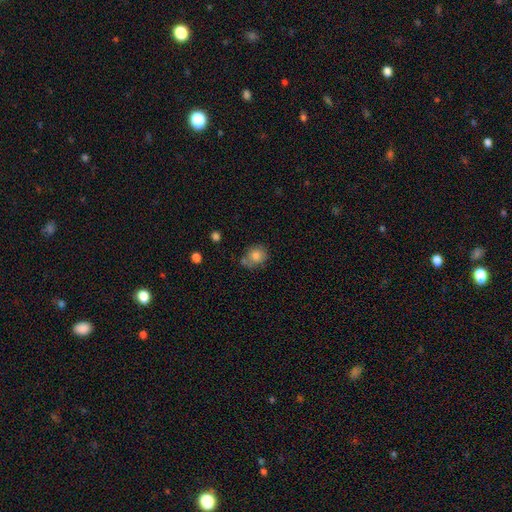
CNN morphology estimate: Smooth or featured? smooth (80%)
How rounded? round (74%)
Merging? none (57%)